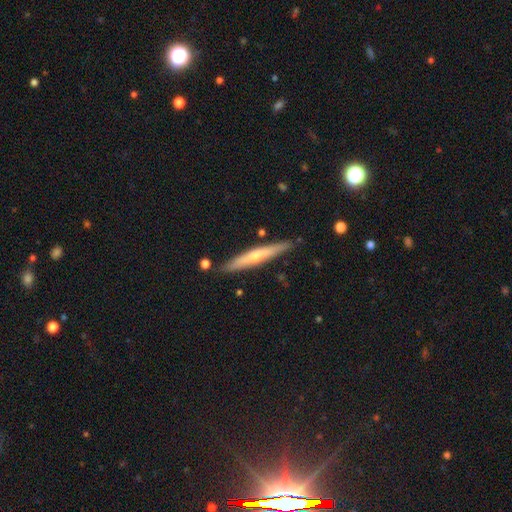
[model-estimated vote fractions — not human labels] This appears to be a featured or disk galaxy (54%) viewed edge-on (95%) with a rounded central bulge (68%). Merging: none (87%).